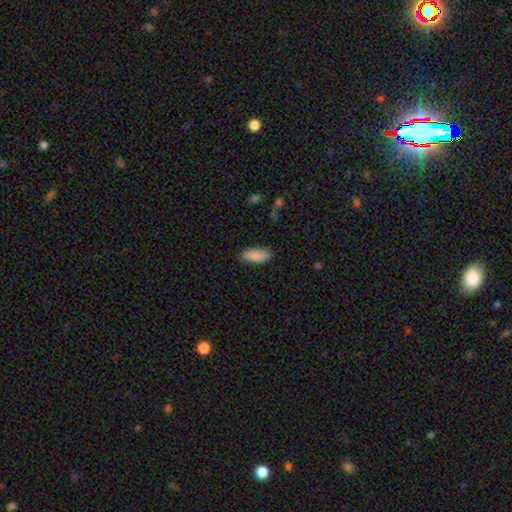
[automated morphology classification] smooth 86%, featured or disk 8%, star or artifact 6%. Down the decision tree: how rounded — in between (79%); merging — none (77%).